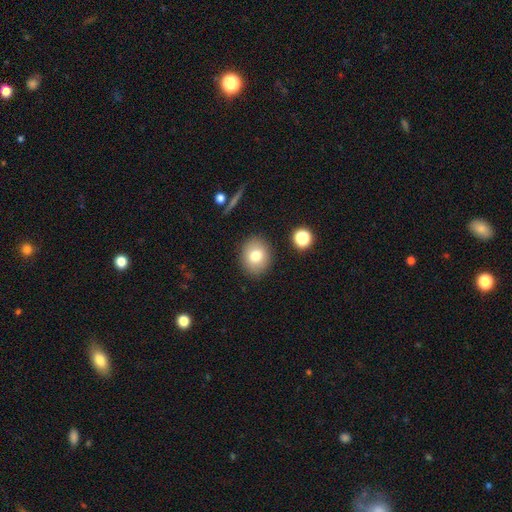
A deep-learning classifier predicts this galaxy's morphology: Overall: smooth (78%). How rounded: round (60%; in between 39%). Merging: none (88%).